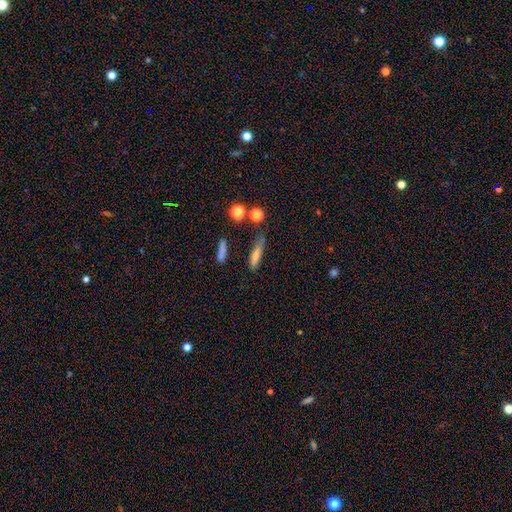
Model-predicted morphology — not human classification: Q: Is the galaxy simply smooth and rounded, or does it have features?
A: smooth — 73%.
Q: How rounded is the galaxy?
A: cigar-shaped — 74%.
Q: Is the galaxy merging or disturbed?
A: none — 59%.